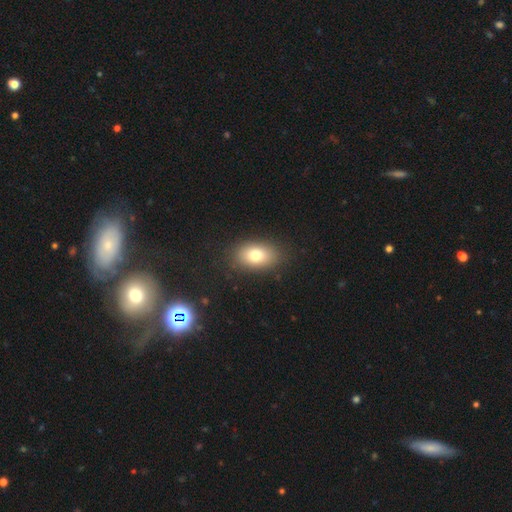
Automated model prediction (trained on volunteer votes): This appears to be a smooth galaxy with no disk features (77%) that is in between round and cigar-shaped (86%). Merging: none (86%).